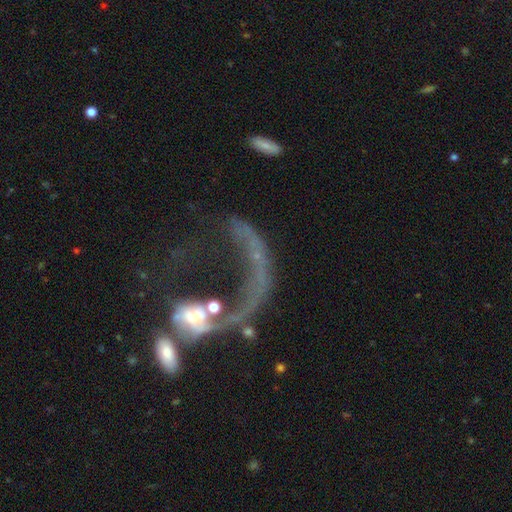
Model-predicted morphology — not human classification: featured or disk 67%, smooth 20%, star or artifact 13%. Down the decision tree: edge-on disk — no (92%); bar — no (69%); spiral arms — yes (57%); bulge size — small (37%); merging — major disturbance (42%).